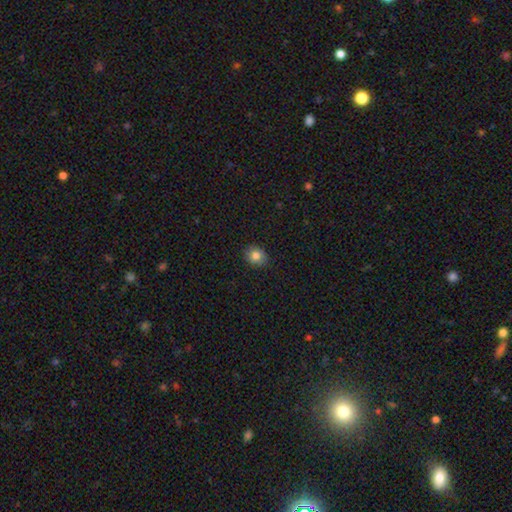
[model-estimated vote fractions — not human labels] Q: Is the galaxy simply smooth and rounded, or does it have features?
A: smooth — 81%.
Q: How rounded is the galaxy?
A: round — 62%.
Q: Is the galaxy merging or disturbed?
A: none — 89%.